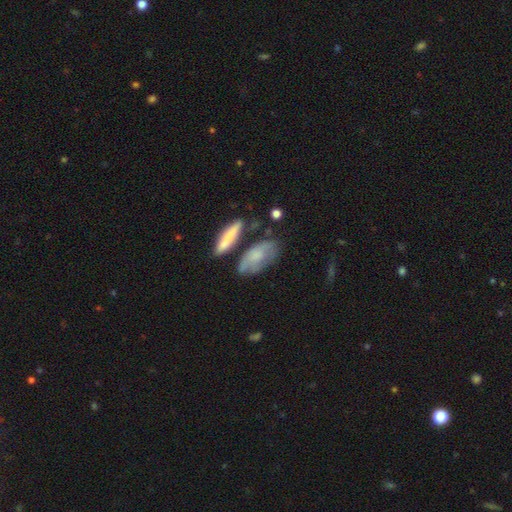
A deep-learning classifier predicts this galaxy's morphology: This is possibly a smooth galaxy (56%). How rounded: clearly in between (80%). Merging: possibly none (52%).